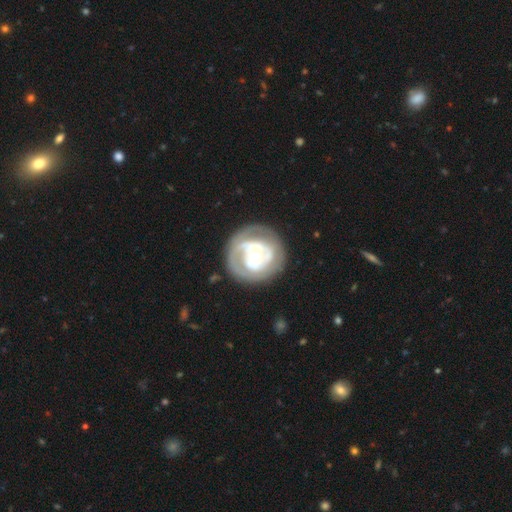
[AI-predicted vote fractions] A featured or disk galaxy (74%) with no bar (67%), spiral arms (61%) and a moderate central bulge (66%). Merging: none (73%).